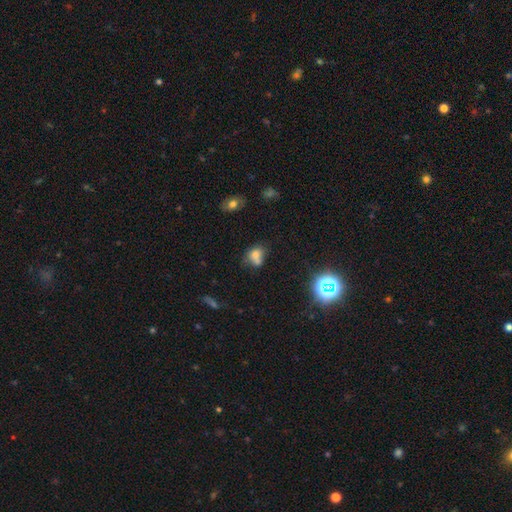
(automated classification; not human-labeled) smooth-or-featured: smooth: 66% | star or artifact: 19% | featured or disk: 15%
  how-rounded: in between: 52% | round: 46% | cigar-shaped: 1%
  merging: none: 36% (tied) | merger: 36% (tied) | minor disturbance: 19% | major disturbance: 9%